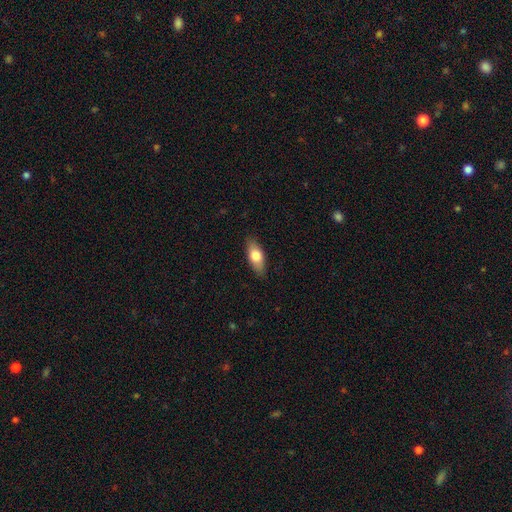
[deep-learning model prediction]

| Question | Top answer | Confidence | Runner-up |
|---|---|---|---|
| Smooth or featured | smooth | 74% | featured or disk (20%) |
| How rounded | in between | 80% | cigar-shaped (17%) |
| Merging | none | 86% | minor disturbance (11%) |